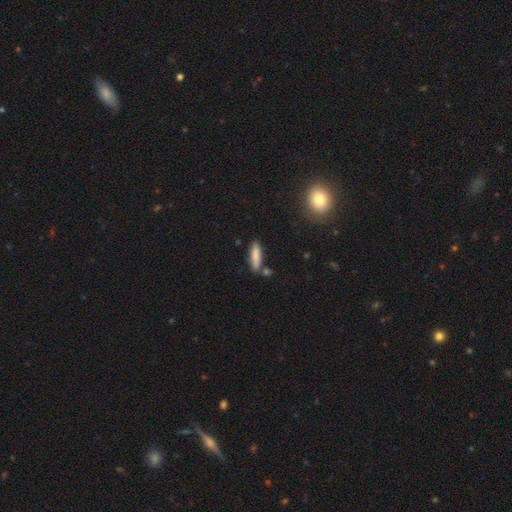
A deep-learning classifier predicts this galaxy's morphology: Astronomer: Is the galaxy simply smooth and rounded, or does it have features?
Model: smooth — 83%.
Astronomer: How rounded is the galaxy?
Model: cigar-shaped — 70%.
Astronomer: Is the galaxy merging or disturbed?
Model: none — 74%.